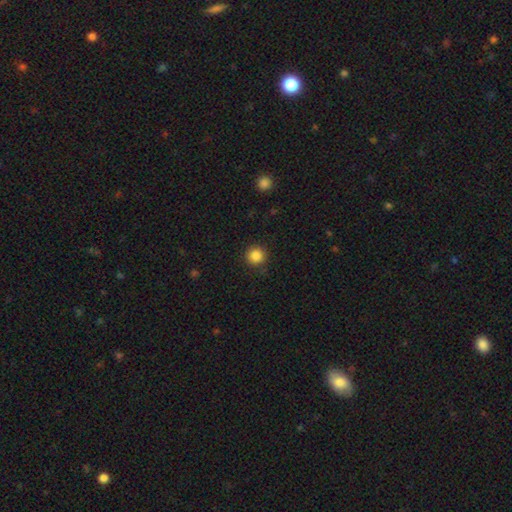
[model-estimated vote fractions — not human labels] This is clearly a smooth galaxy (86%). How rounded: clearly round (95%). Merging: clearly none (89%).